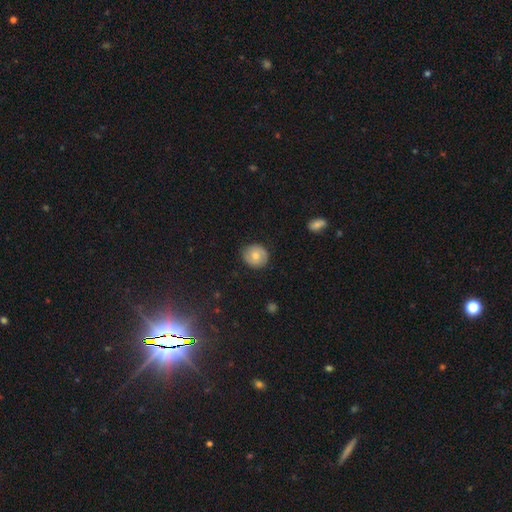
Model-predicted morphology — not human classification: smooth_or_featured: smooth (p=0.63) [alt: featured or disk p=0.29]
how_rounded: round (p=0.83) [alt: in between p=0.16]
merging: none (p=0.85) [alt: minor disturbance p=0.12]